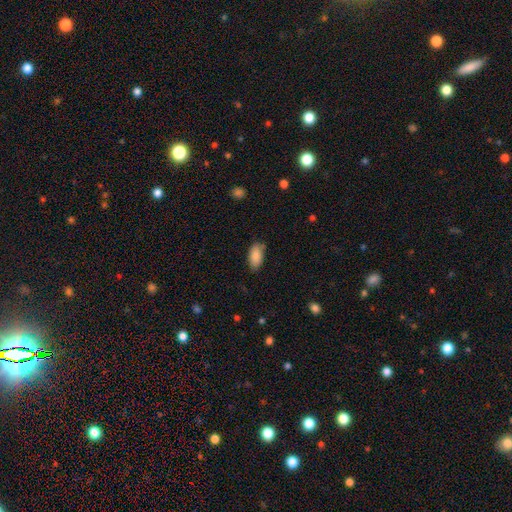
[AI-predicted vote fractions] smooth 87%, star or artifact 7%, featured or disk 6%. Down the decision tree: how rounded — in between (92%); merging — none (78%).